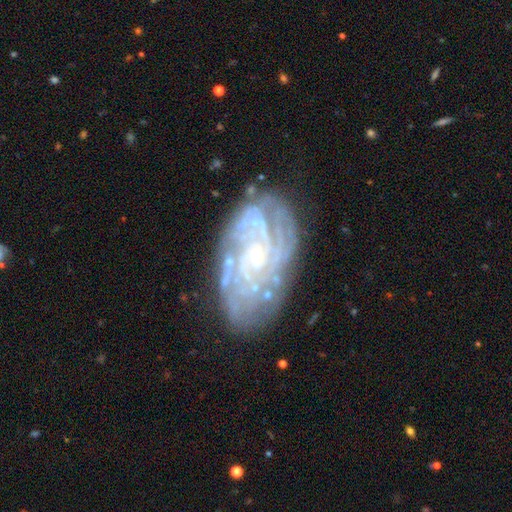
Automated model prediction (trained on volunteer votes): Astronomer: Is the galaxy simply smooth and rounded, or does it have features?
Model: featured or disk — 85%.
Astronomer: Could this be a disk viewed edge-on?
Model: no — 96%.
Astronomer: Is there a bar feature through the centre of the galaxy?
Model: no — 70%.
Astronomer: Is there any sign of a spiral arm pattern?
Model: yes — 94%.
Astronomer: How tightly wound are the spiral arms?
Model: tight — 74%.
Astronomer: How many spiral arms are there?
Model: can't tell — 33% (runner-up: 4, 20%).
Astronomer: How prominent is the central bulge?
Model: small — 81%.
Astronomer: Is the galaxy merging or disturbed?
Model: none — 75%.